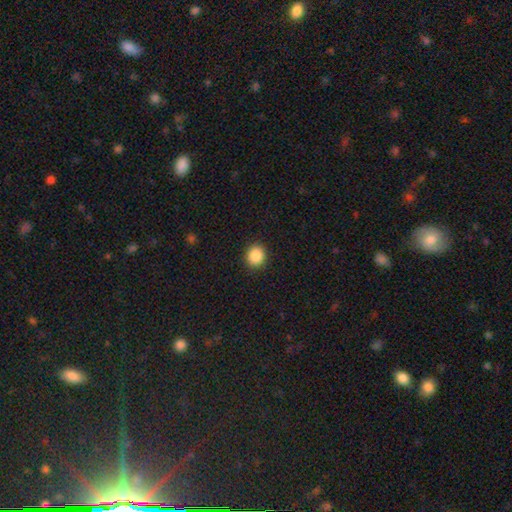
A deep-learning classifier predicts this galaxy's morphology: Q: Smooth or featured?
A: smooth (89%); runner-up: star or artifact (9%)
Q: How rounded?
A: round (79%); runner-up: in between (20%)
Q: Merging?
A: none (91%); runner-up: minor disturbance (6%)